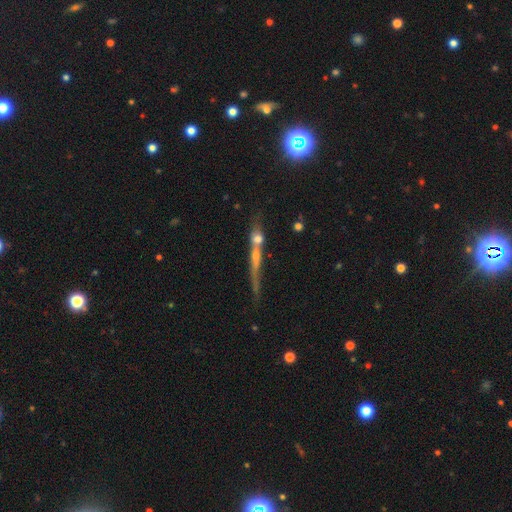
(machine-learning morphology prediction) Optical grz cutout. It shows a featured or disk galaxy (56%) viewed edge-on (88%). Merging: none (63%).